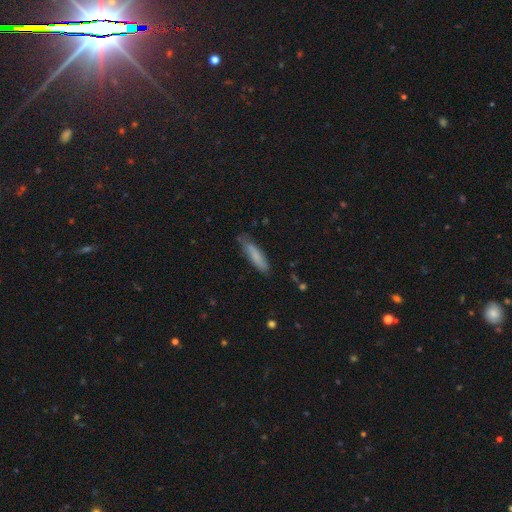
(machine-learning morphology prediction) The model was most divided on "merging": none: 76%, minor disturbance: 19%, major disturbance: 3%, merger: 2%. More confident: smooth or featured — smooth (80%); how rounded — cigar-shaped (79%).